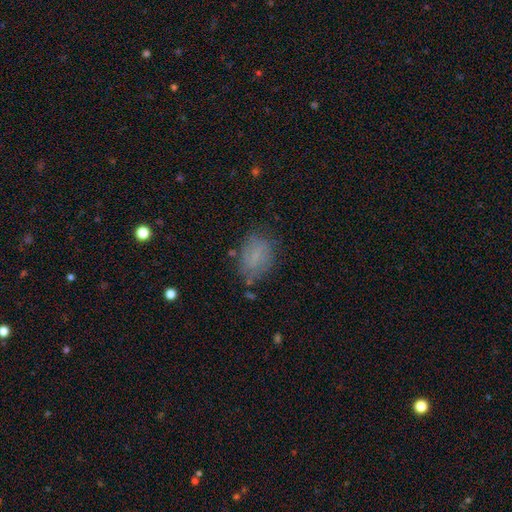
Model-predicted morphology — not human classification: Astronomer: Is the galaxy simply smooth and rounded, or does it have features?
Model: smooth — 63%.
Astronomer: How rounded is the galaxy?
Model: in between — 72%.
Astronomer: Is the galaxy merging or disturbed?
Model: none — 67%.